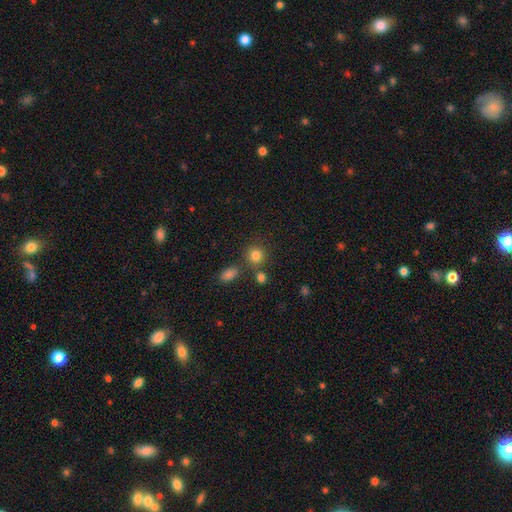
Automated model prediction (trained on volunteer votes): Smooth or featured? Predicted: smooth (p=0.81). How rounded? Predicted: round (p=0.87). Merging? Predicted: none (p=0.74).